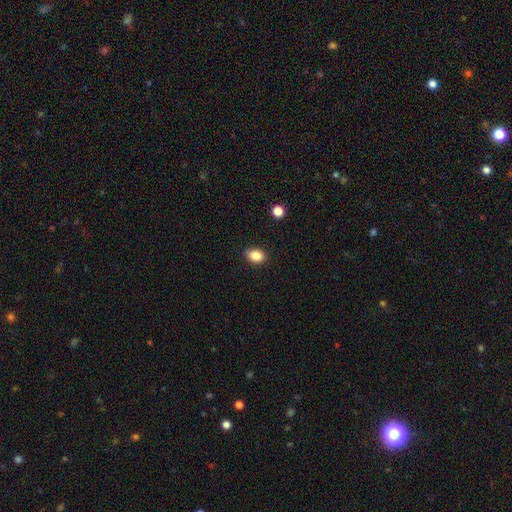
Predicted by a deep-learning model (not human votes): The model was most divided on "how rounded": in between: 73%, round: 26%, cigar-shaped: 1%. More confident: merging — none (86%); smooth or featured — smooth (85%).